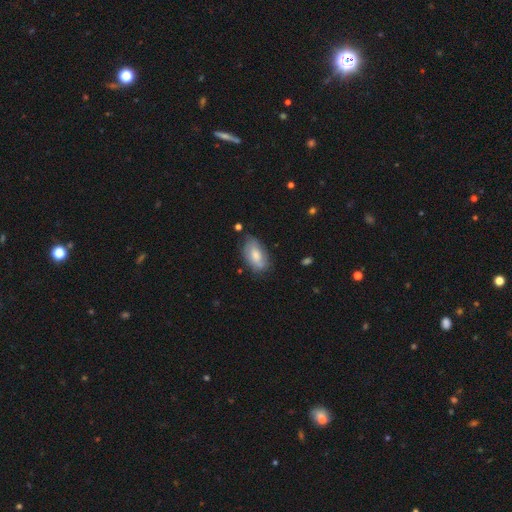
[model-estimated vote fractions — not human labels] Overall: smooth (61%; featured or disk 32%). How rounded: in between (92%). Merging: none (65%; minor disturbance 26%).